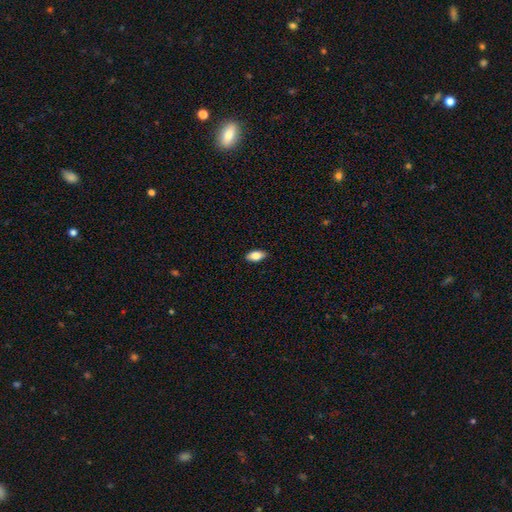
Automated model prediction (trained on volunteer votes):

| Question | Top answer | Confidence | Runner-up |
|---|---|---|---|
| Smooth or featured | smooth | 82% | featured or disk (11%) |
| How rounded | in between | 90% | cigar-shaped (7%) |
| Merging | none | 88% | minor disturbance (10%) |